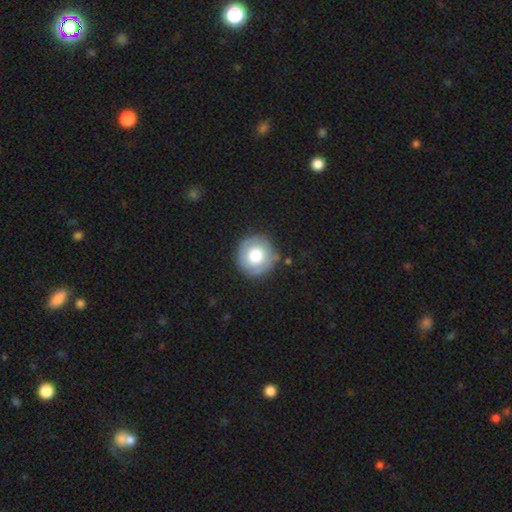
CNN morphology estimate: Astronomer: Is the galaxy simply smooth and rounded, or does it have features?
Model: smooth — 65%.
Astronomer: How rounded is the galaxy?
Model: round — 94%.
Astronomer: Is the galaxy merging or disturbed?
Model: none — 82%.